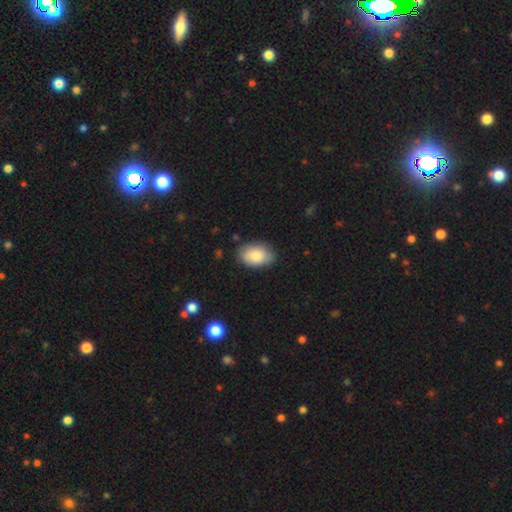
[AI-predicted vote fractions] A smooth galaxy with no disk features (83%) that is in between round and cigar-shaped (90%).

Vote fractions:
- Smooth or featured? smooth: 83% / featured or disk: 11% / star or artifact: 6%
- How rounded? in between: 90% / round: 9% / cigar-shaped: 1%
- Merging? none: 78% / minor disturbance: 17% / major disturbance: 3% / merger: 2%